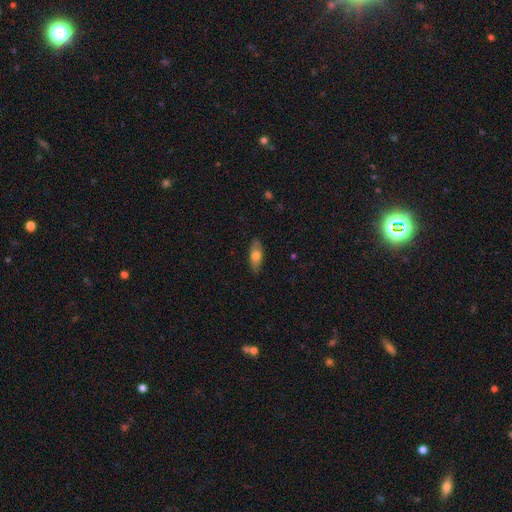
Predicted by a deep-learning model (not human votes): smooth 66%, featured or disk 27%, star or artifact 6%. Down the decision tree: how rounded — in between (74%); merging — none (85%).